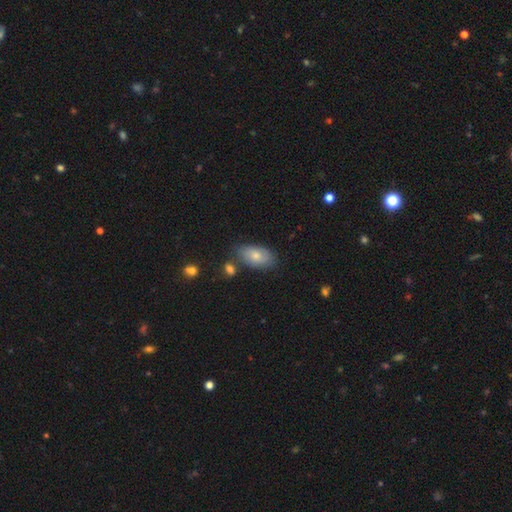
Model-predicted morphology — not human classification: smooth-or-featured: smooth: 71% | featured or disk: 22% | star or artifact: 7%
  how-rounded: in between: 92% | round: 6% | cigar-shaped: 2%
  merging: none: 69% | minor disturbance: 20% | merger: 7% | major disturbance: 4%